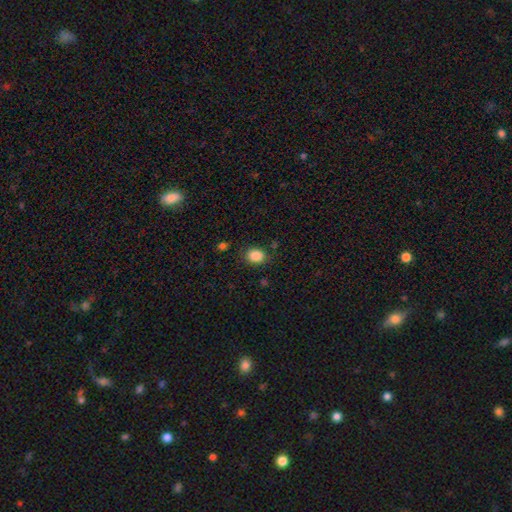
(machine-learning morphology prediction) Q: Smooth or featured?
A: smooth (86%); runner-up: star or artifact (9%)
Q: How rounded?
A: in between (55%); runner-up: round (44%)
Q: Merging?
A: none (83%); runner-up: minor disturbance (12%)